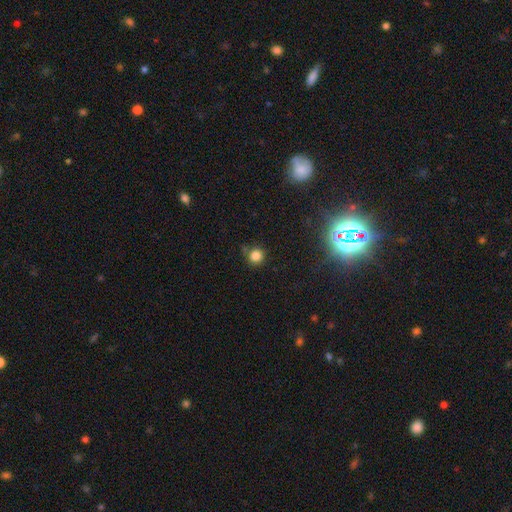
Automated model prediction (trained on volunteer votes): This is clearly a smooth galaxy (83%). How rounded: clearly round (93%). Merging: likely none (78%).